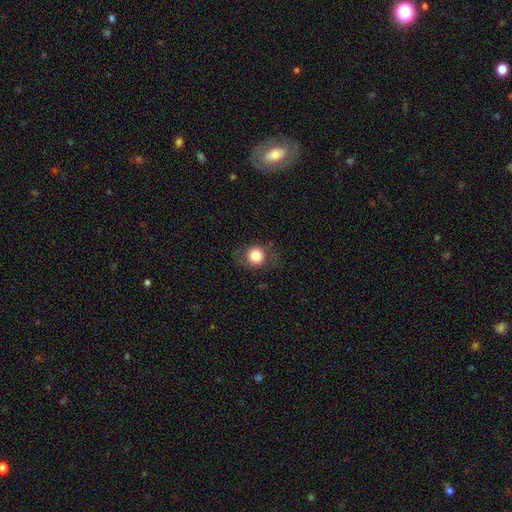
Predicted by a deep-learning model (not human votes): Overall: smooth (79%). How rounded: round (81%). Merging: none (76%).